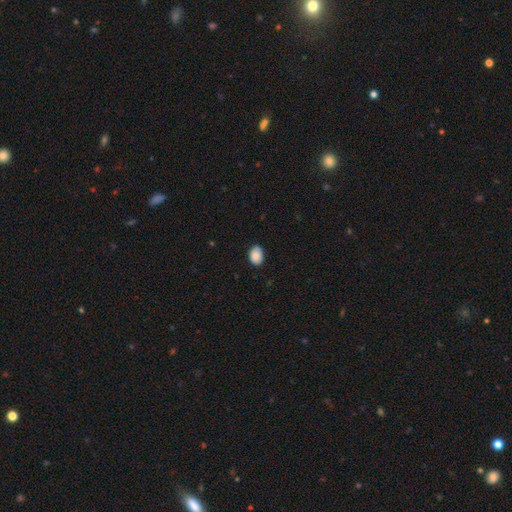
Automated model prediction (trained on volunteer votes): Smooth or featured? smooth (86%)
How rounded? in between (77%)
Merging? none (82%)